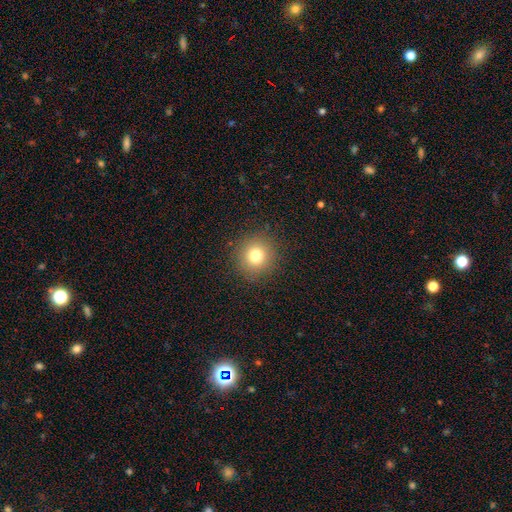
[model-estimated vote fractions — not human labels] Overall: smooth (77%). How rounded: round (92%). Merging: none (90%).